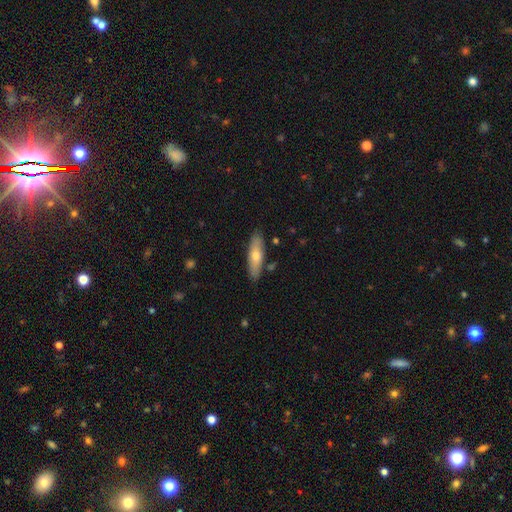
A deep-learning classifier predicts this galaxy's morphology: A smooth galaxy with no disk features (63%) that is cigar-shaped (56%).

Vote fractions:
- Smooth or featured? smooth: 63% / featured or disk: 31% / star or artifact: 6%
- How rounded? cigar-shaped: 56% / in between: 42% / round: 2%
- Merging? none: 84% / minor disturbance: 11% / merger: 3% / major disturbance: 2%